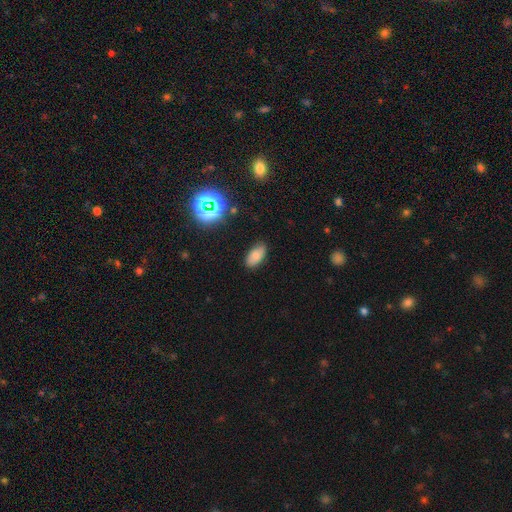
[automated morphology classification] type=smooth (74%); roundness=in between (92%); merging=none (81%).